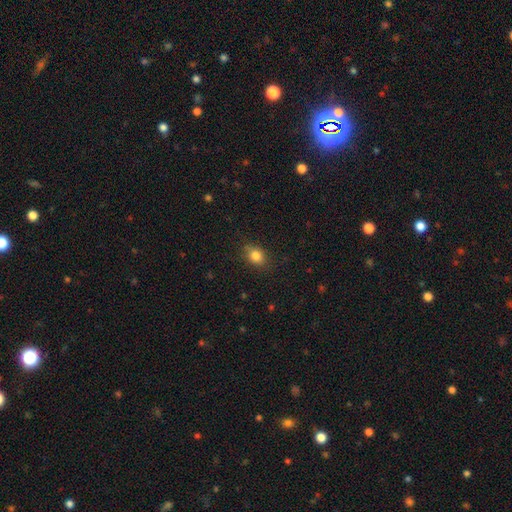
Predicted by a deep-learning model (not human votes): smooth 83%, star or artifact 10%, featured or disk 7%. Down the decision tree: how rounded — in between (55%); merging — none (80%).